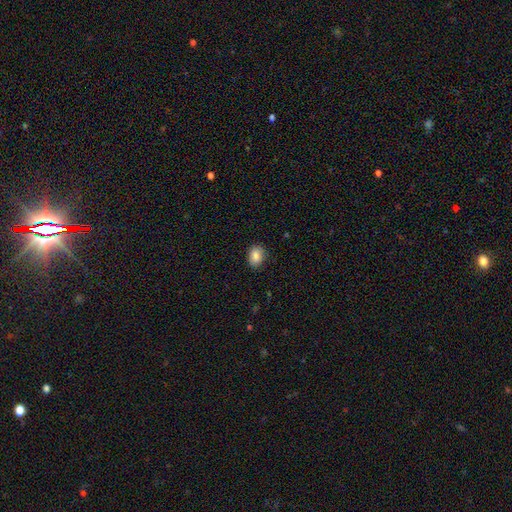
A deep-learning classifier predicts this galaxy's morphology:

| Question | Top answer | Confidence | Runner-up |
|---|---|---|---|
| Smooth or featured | smooth | 84% | star or artifact (8%) |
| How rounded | in between | 69% | round (30%) |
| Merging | none | 83% | minor disturbance (13%) |